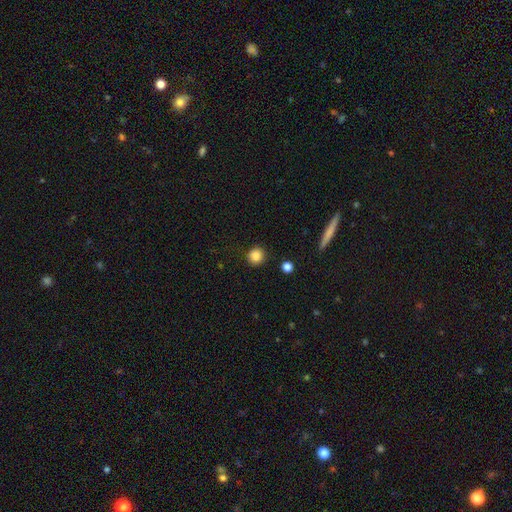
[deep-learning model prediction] Overall: smooth (86%). How rounded: round (93%). Merging: none (89%).